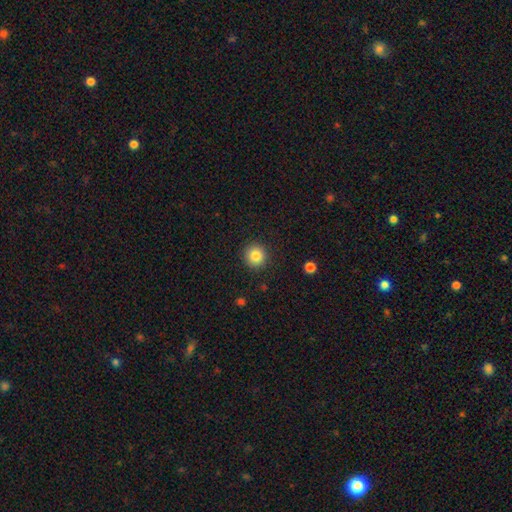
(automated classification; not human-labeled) smooth-or-featured: smooth: 85% | star or artifact: 10% | featured or disk: 5%
  how-rounded: round: 94% | in between: 5% | cigar-shaped: 1%
  merging: none: 91% | minor disturbance: 6% | major disturbance: 2% | merger: 1%